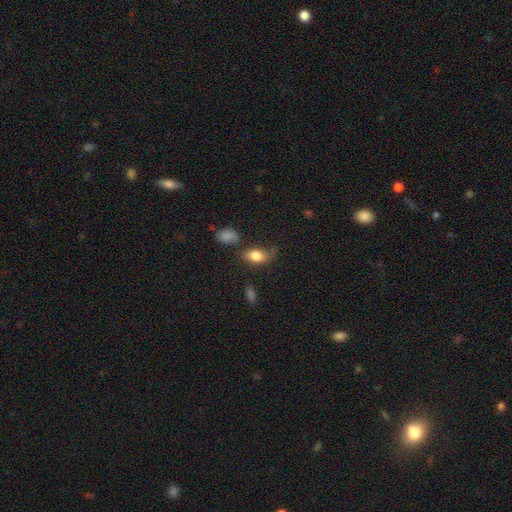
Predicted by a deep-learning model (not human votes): smooth_or_featured: smooth (p=0.80) [alt: featured or disk p=0.12]
how_rounded: in between (p=0.87) [alt: round p=0.10]
merging: none (p=0.50) [alt: minor disturbance p=0.30]